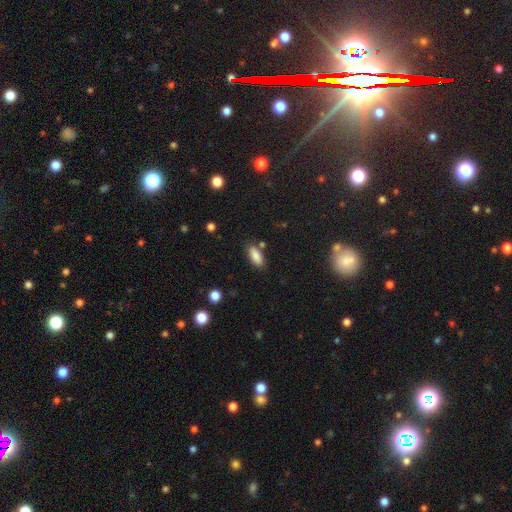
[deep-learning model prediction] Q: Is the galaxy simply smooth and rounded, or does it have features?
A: smooth — 86%.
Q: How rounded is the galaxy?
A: in between — 80%.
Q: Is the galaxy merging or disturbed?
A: none — 78%.